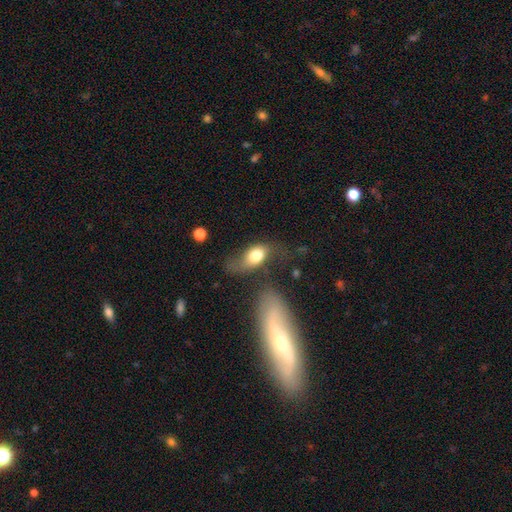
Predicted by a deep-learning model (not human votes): Overall: smooth (66%). How rounded: in between (85%). Merging: none (37%; minor disturbance 27%).